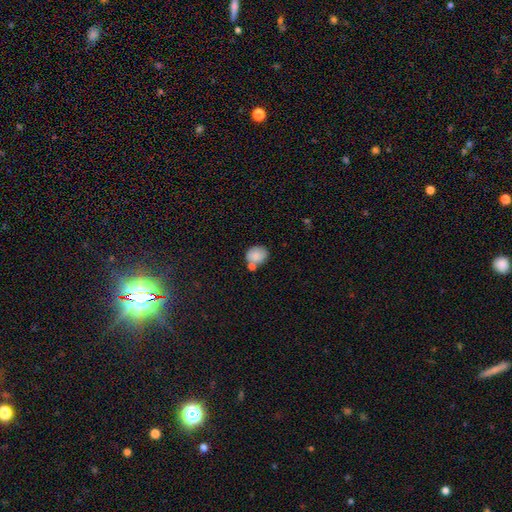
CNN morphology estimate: smooth-or-featured: smooth: 85% | star or artifact: 8% | featured or disk: 7%
  how-rounded: round: 64% | in between: 35% | cigar-shaped: 1%
  merging: none: 58% | merger: 22% | minor disturbance: 15% | major disturbance: 4%